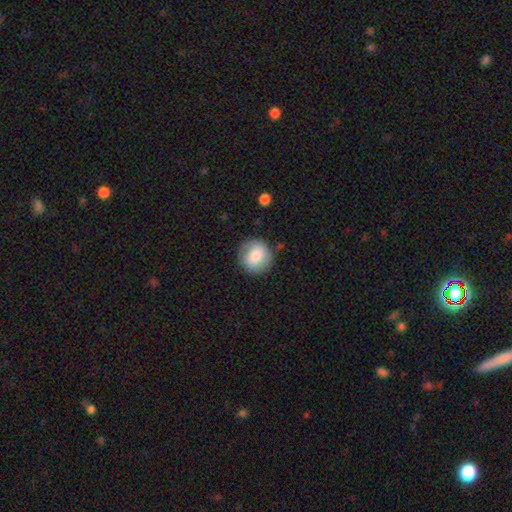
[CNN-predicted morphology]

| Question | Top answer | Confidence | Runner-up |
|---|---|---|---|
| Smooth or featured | smooth | 79% | featured or disk (14%) |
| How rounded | round | 90% | in between (9%) |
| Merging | none | 83% | minor disturbance (12%) |